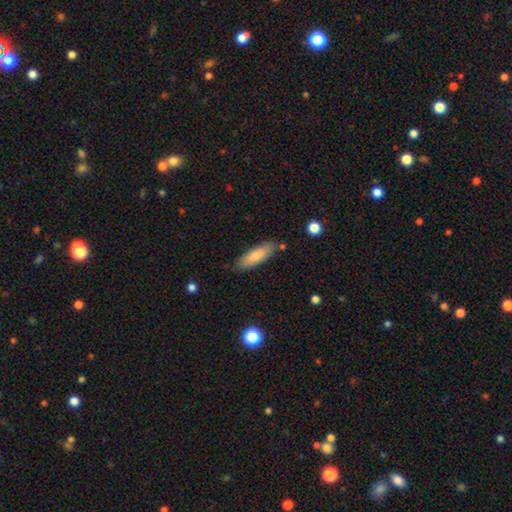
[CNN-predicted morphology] Smooth or featured? smooth (78%)
How rounded? cigar-shaped (54%)
Merging? none (80%)